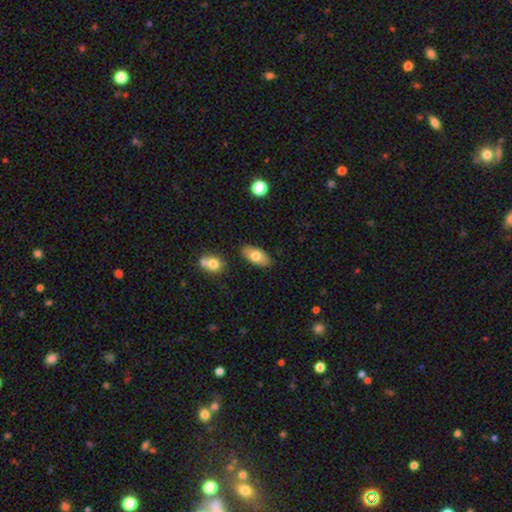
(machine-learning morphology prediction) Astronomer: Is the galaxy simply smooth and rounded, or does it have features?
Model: smooth — 75%.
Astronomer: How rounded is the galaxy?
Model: in between — 91%.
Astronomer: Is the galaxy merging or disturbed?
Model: none — 84%.